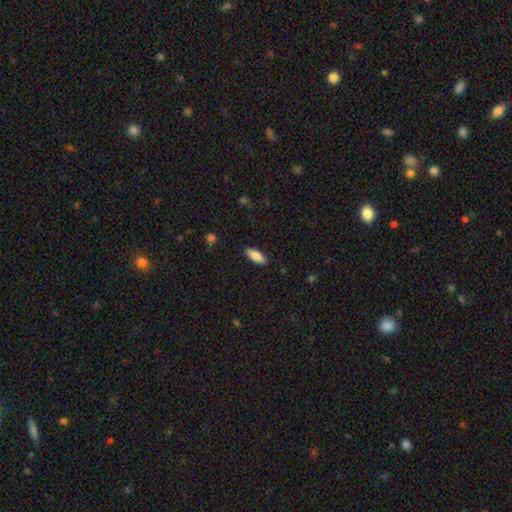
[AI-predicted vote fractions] The model was most divided on "how rounded": in between: 76%, cigar-shaped: 22%, round: 2%. More confident: merging — none (88%); smooth or featured — smooth (84%).